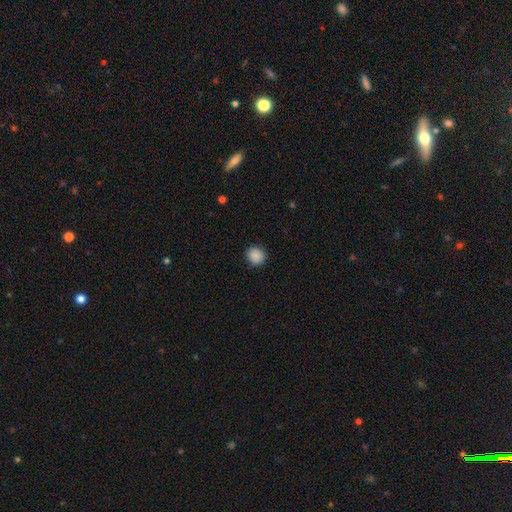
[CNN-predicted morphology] The model was most divided on "how rounded": round: 86%, in between: 13%, cigar-shaped: 1%. More confident: merging — none (91%); smooth or featured — smooth (89%).